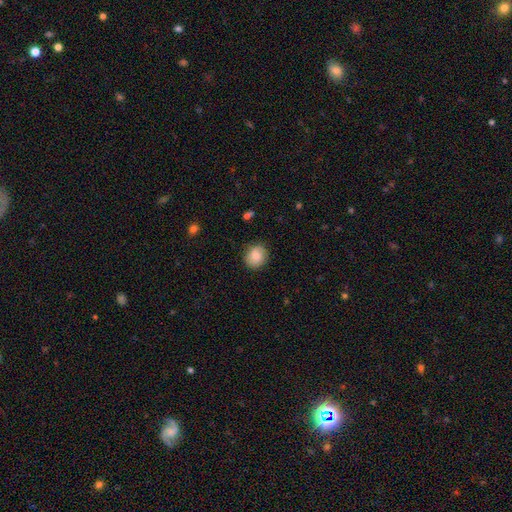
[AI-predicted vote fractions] Overall: smooth (80%). How rounded: round (78%). Merging: none (84%).